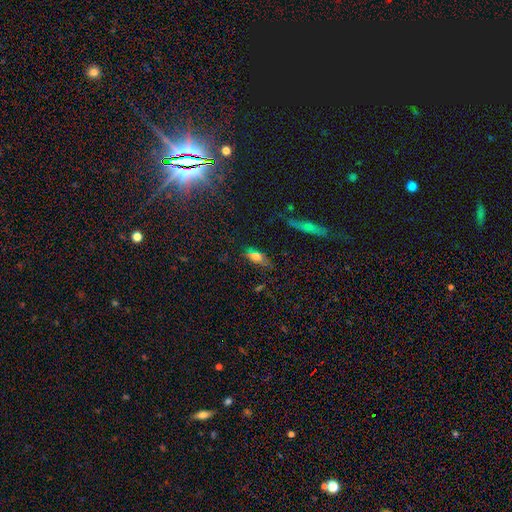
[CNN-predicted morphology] smooth-or-featured: smooth: 59% | star or artifact: 22% | featured or disk: 19%
  how-rounded: in between: 71% | cigar-shaped: 18% | round: 11%
  merging: none: 67% | minor disturbance: 19% | major disturbance: 8% | merger: 5%